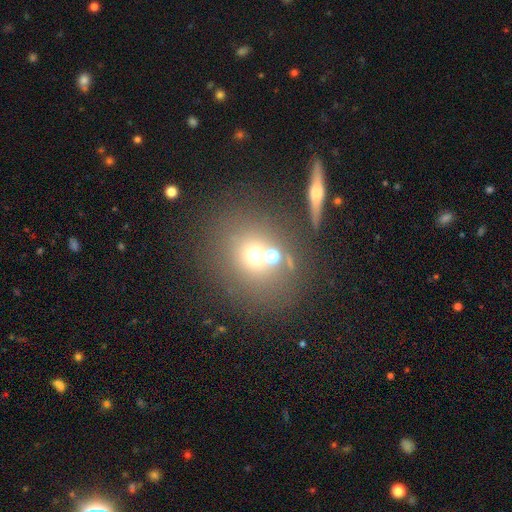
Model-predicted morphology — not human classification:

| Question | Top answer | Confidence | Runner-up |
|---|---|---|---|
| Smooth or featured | smooth | 62% | star or artifact (20%) |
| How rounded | round | 78% | in between (20%) |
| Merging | none | 58% | merger (26%) |